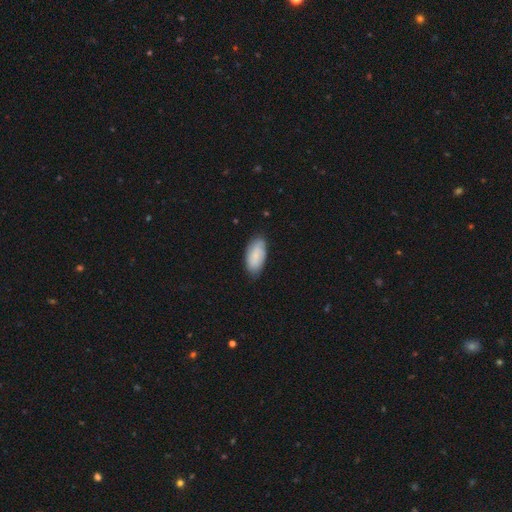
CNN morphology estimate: smooth_or_featured: smooth (p=0.69) [alt: featured or disk p=0.25]
how_rounded: in between (p=0.93) [alt: cigar-shaped p=0.05]
merging: none (p=0.76) [alt: minor disturbance p=0.20]